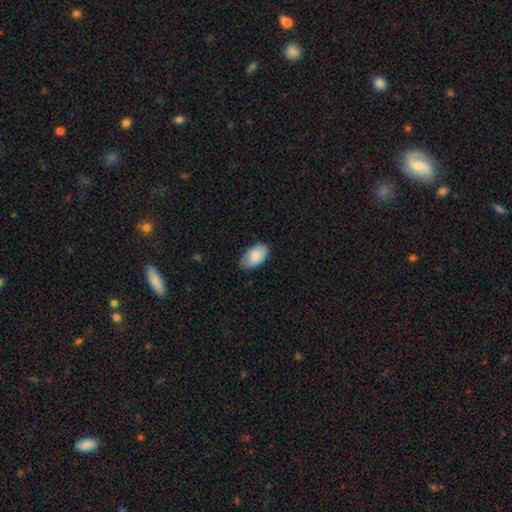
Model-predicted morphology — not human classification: Smooth or featured?
  - smooth: 85% *
  - featured or disk: 9%
  - star or artifact: 6%
How rounded?
  - in between: 95% *
  - round: 3%
  - cigar-shaped: 1%
Merging?
  - none: 77% *
  - minor disturbance: 19%
  - major disturbance: 3%
  - merger: 1%